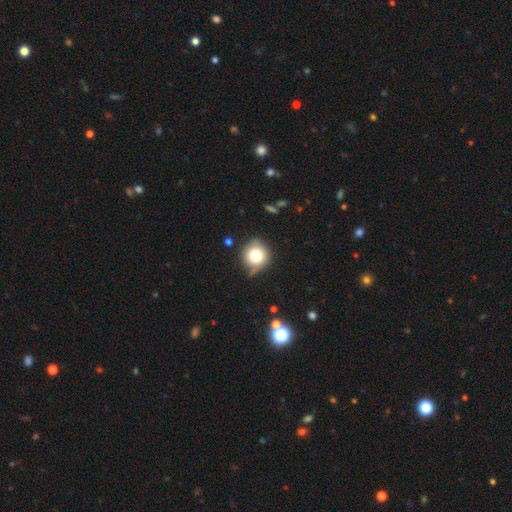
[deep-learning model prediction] A smooth galaxy with no disk features (75%) that is round (92%). Merging: none (72%).